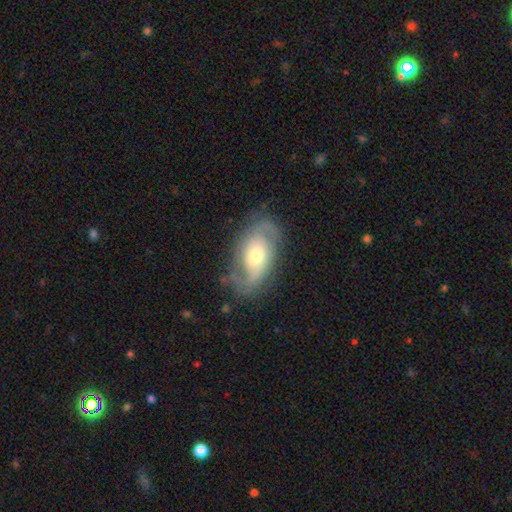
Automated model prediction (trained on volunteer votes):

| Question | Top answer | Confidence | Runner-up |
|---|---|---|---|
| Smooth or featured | featured or disk | 77% | smooth (17%) |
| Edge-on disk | no | 94% | yes (6%) |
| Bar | no | 64% | weak (28%) |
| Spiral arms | yes | 90% | no (10%) |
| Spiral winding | medium | 41% | tight (37%) |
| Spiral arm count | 2 | 76% | can't tell (13%) |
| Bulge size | moderate | 58% | small (31%) |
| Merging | none | 74% | minor disturbance (17%) |